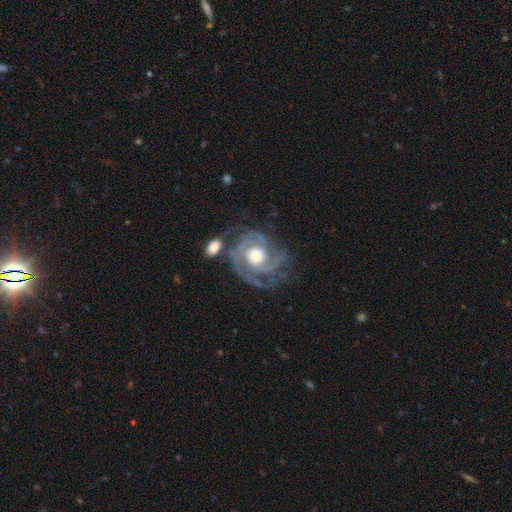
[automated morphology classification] smooth-or-featured: featured or disk: 90% | smooth: 6% | star or artifact: 4%
  disk-edge-on: no: 98% | yes: 2%
    bar: no: 74% | weak: 20% | strong: 6%
    has-spiral-arms: yes: 97% | no: 3%
      spiral-winding: tight: 62% | medium: 31% | loose: 7%
      spiral-arm-count: 2: 39% | 3: 27% | can't tell: 16% | 4: 6% | 1: 6% | more than 4: 5%
    bulge-size: moderate: 62% | large: 23% | small: 13% | dominant: 2% | none: 1%
  merging: none: 57% | minor disturbance: 20% | major disturbance: 15% | merger: 8%